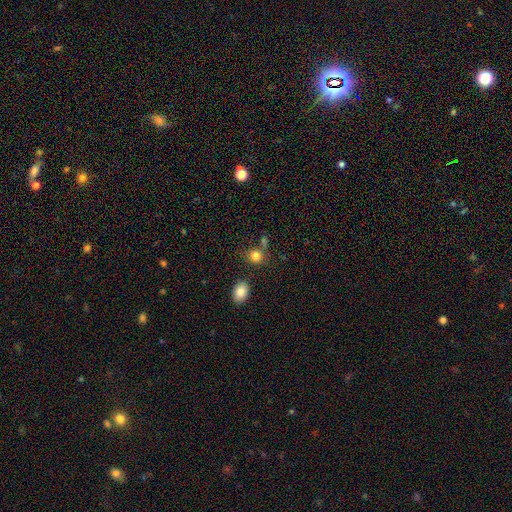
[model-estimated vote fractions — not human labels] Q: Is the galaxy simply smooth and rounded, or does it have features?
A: smooth — 83%.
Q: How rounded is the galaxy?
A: round — 73%.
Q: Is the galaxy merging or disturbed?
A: none — 70%.